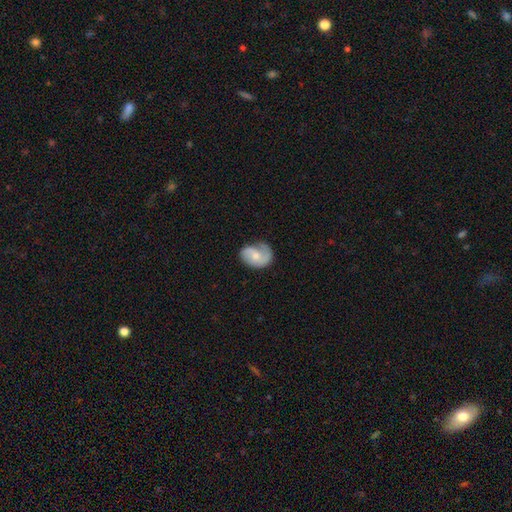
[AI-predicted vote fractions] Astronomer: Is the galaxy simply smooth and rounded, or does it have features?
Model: featured or disk — 60%.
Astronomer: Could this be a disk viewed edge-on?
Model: no — 97%.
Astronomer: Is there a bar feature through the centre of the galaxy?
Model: no — 63%.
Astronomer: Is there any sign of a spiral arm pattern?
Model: yes — 89%.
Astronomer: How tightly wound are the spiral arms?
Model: medium — 42% (runner-up: loose, 30%).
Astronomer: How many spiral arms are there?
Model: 2 — 55% (runner-up: 1, 33%).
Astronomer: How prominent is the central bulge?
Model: moderate — 46% (runner-up: small, 41%).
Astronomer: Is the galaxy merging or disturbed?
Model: none — 55%.